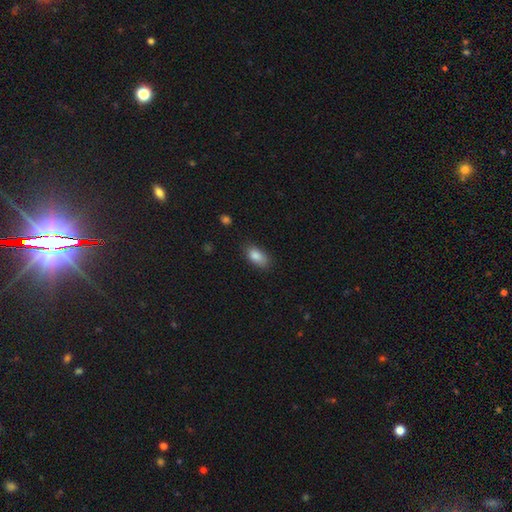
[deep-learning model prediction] The model was most divided on "merging": none: 78%, minor disturbance: 17%, major disturbance: 4%, merger: 1%. More confident: how rounded — in between (89%); smooth or featured — smooth (86%).